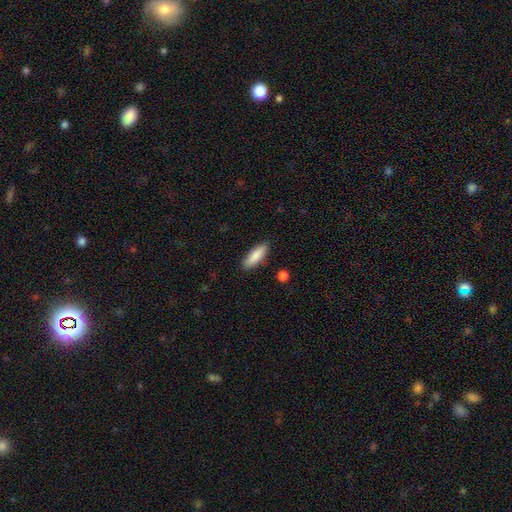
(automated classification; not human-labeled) Overall: smooth (86%). How rounded: in between (50%; cigar-shaped 49%). Merging: none (87%).